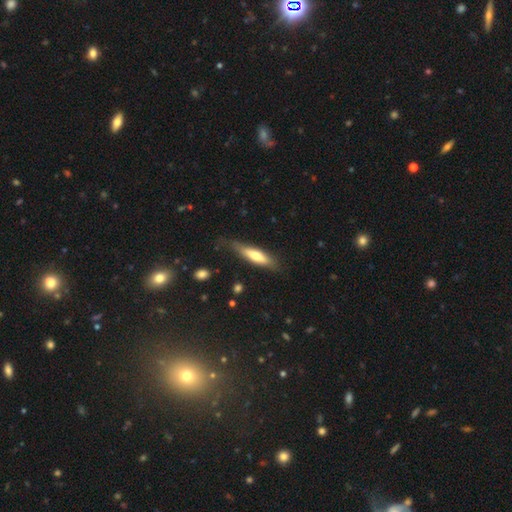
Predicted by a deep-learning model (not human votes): Smooth or featured?
  - smooth: 63% *
  - featured or disk: 32%
  - star or artifact: 5%
How rounded?
  - cigar-shaped: 71% *
  - in between: 27%
  - round: 2%
Merging?
  - none: 67% *
  - minor disturbance: 24%
  - major disturbance: 8%
  - merger: 2%